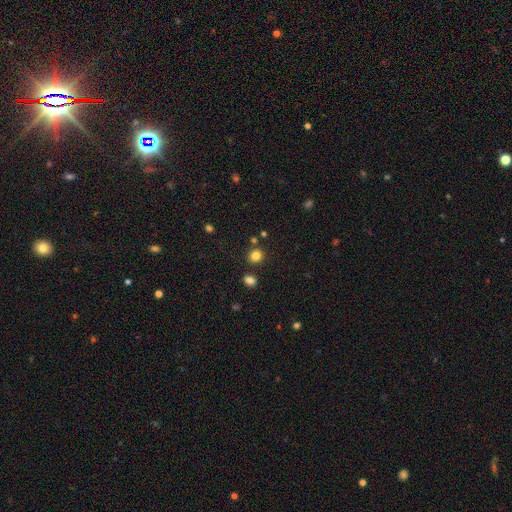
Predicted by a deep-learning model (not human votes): smooth_or_featured: smooth (p=0.82) [alt: star or artifact p=0.13]
how_rounded: round (p=0.81) [alt: in between p=0.18]
merging: none (p=0.83) [alt: minor disturbance p=0.07]